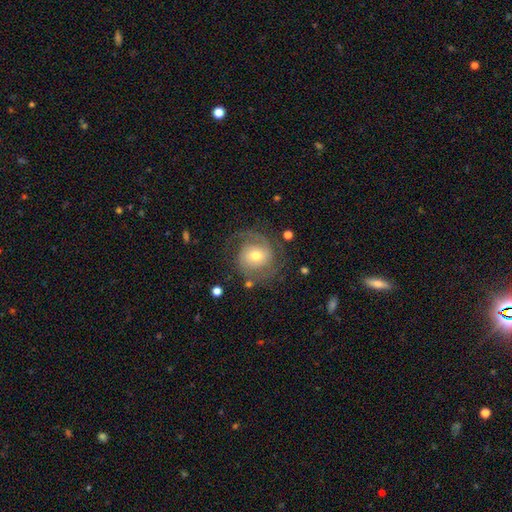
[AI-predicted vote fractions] Smooth or featured: featured or disk — 74% (smooth — 19%)
Edge-on disk: no — 98% (yes — 2%)
Bar: no — 68% (weak — 26%)
Spiral arms: yes — 91% (no — 9%)
Spiral winding: tight — 43% (medium — 40%)
Spiral arm count: 2 — 72% (can't tell — 12%)
Bulge size: moderate — 65% (small — 27%)
Merging: none — 70% (minor disturbance — 15%)